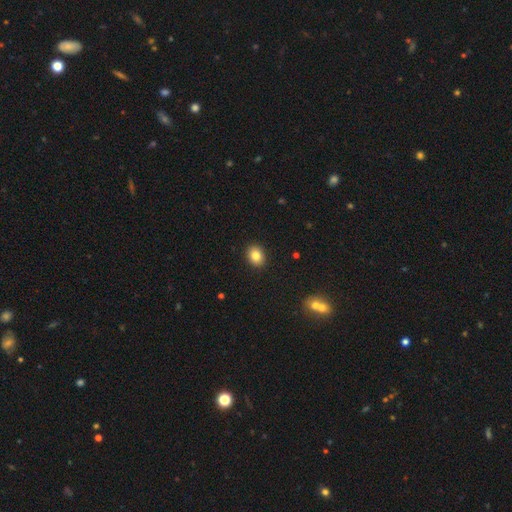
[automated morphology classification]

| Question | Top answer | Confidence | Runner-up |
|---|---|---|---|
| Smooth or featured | smooth | 84% | star or artifact (10%) |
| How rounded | round | 50% | in between (49%) |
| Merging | none | 91% | minor disturbance (6%) |